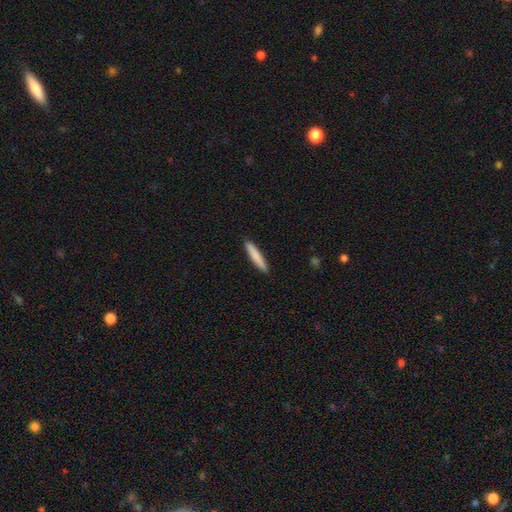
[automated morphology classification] Smooth or featured? Predicted: smooth (p=0.81). How rounded? Predicted: cigar-shaped (p=0.93). Merging? Predicted: none (p=0.91).